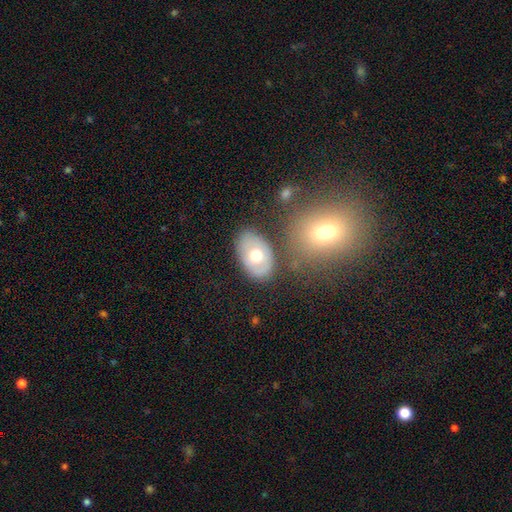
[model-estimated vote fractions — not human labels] Smooth or featured? Predicted: smooth (p=0.58). How rounded? Predicted: in between (p=0.84). Merging? Predicted: none (p=0.74).